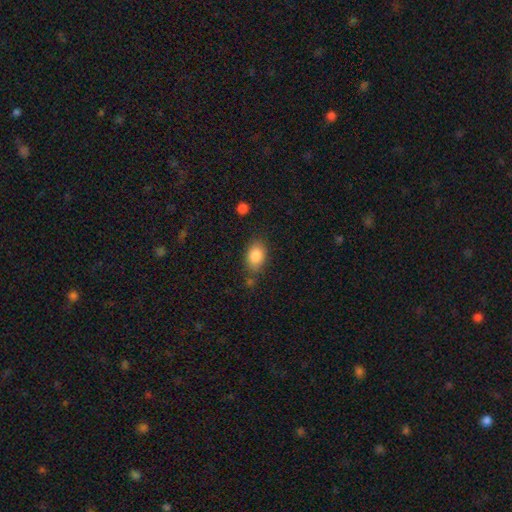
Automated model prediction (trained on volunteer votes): A smooth galaxy with no disk features (84%) that is in between round and cigar-shaped (83%).

Vote fractions:
- Smooth or featured? smooth: 84% / star or artifact: 8% / featured or disk: 8%
- How rounded? in between: 83% / round: 15% / cigar-shaped: 2%
- Merging? none: 76% / minor disturbance: 16% / merger: 5% / major disturbance: 4%